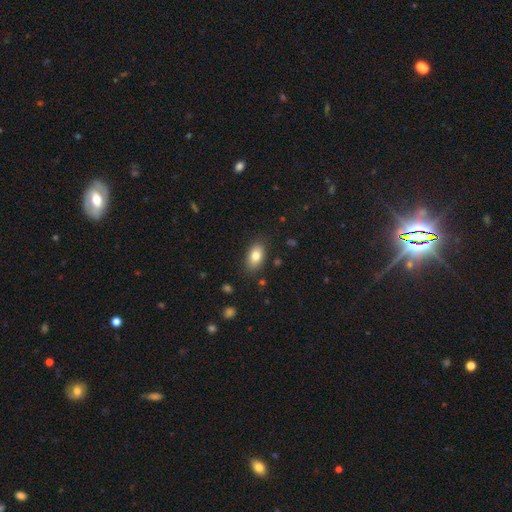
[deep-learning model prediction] This appears to be a smooth galaxy with no disk features (81%) that is in between round and cigar-shaped (90%). Merging: none (84%).